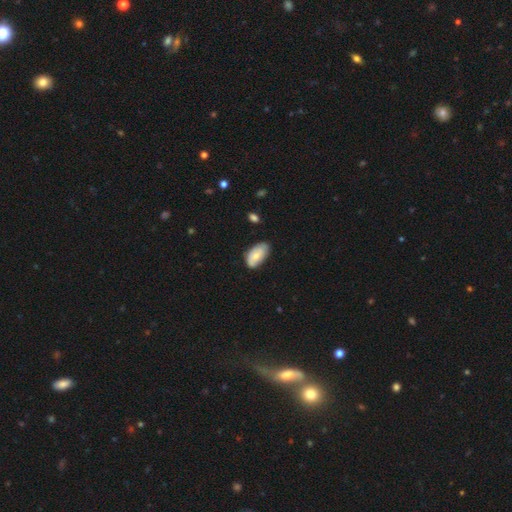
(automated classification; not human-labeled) smooth_or_featured: smooth (p=0.73) [alt: featured or disk p=0.21]
how_rounded: in between (p=0.95) [alt: round p=0.03]
merging: none (p=0.65) [alt: minor disturbance p=0.29]